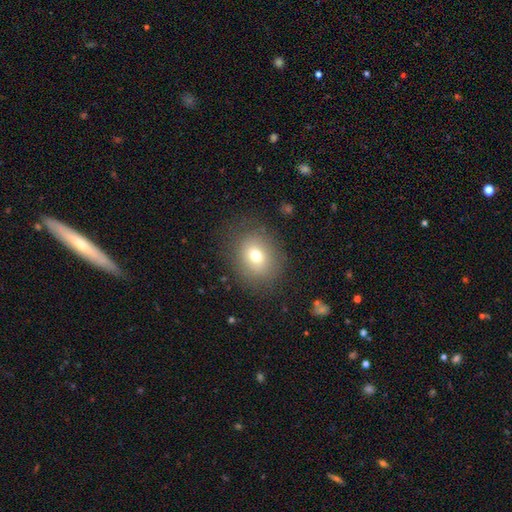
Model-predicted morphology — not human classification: smooth 72%, featured or disk 15%, star or artifact 13%. Down the decision tree: how rounded — round (60%); merging — none (80%).